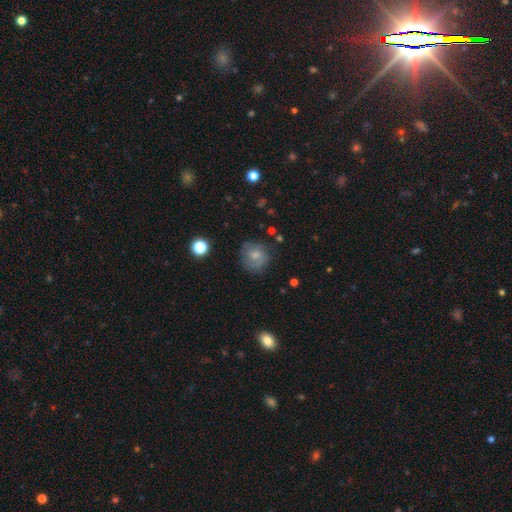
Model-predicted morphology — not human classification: Smooth or featured? smooth (51%)
How rounded? round (82%)
Merging? none (69%)